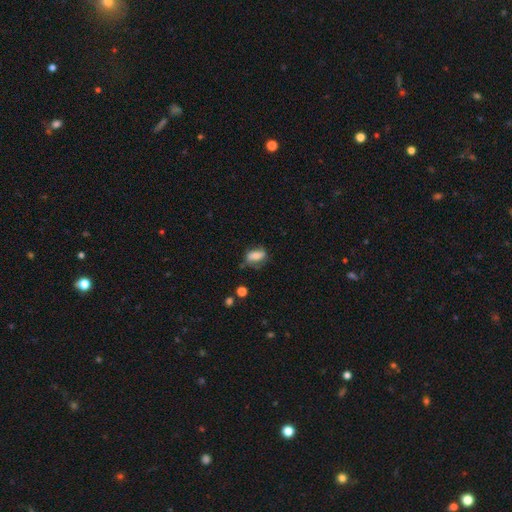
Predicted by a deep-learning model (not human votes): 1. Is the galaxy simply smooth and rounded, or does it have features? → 63% smooth, 28% featured or disk, 9% star or artifact.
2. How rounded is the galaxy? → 82% in between, 9% round, 8% cigar-shaped.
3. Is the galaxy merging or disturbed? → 58% none, 28% minor disturbance, 11% major disturbance, 3% merger.